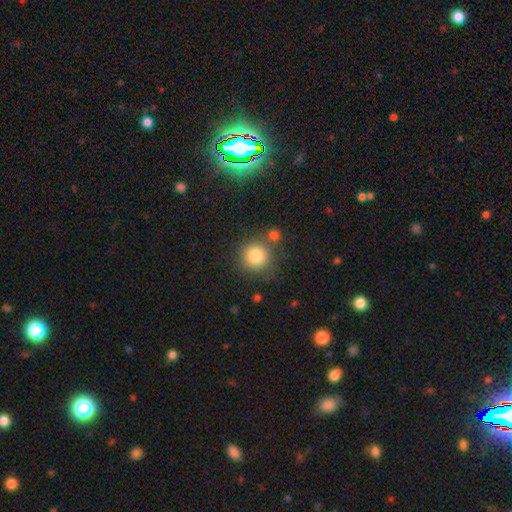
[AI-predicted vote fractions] smooth_or_featured: smooth (p=0.83) [alt: star or artifact p=0.10]
how_rounded: round (p=0.92) [alt: in between p=0.07]
merging: none (p=0.72) [alt: merger p=0.13]